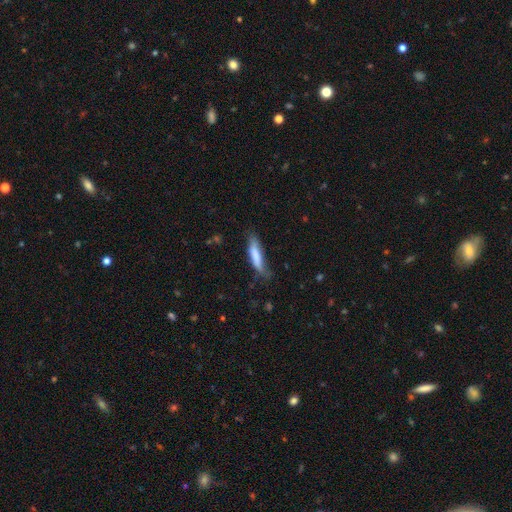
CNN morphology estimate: Overall: smooth (76%). How rounded: cigar-shaped (73%). Merging: none (58%; minor disturbance 31%).